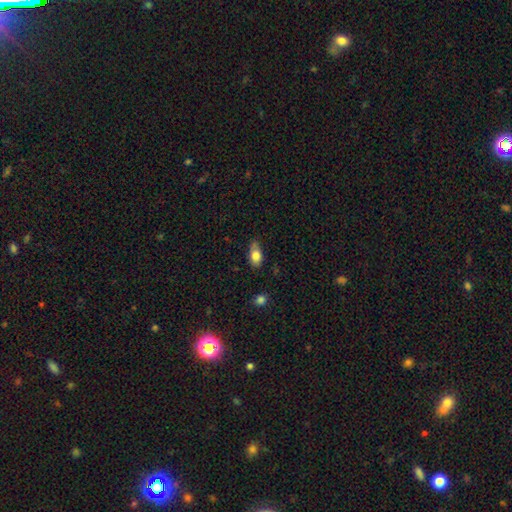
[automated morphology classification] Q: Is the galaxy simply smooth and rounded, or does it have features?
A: smooth — 80%.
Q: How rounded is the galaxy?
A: in between — 85%.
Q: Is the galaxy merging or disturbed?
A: none — 57%.